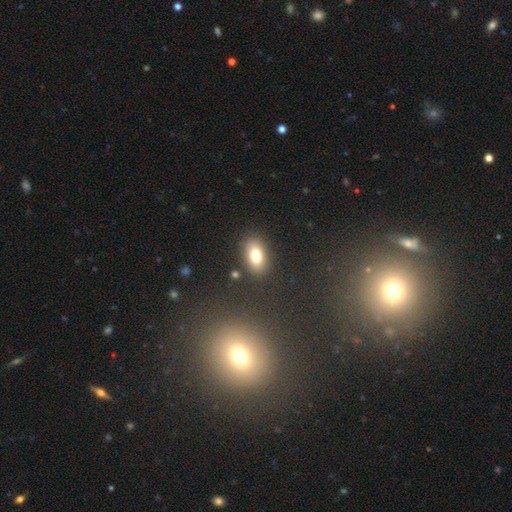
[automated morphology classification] Smooth or featured? smooth (77%)
How rounded? in between (86%)
Merging? none (84%)